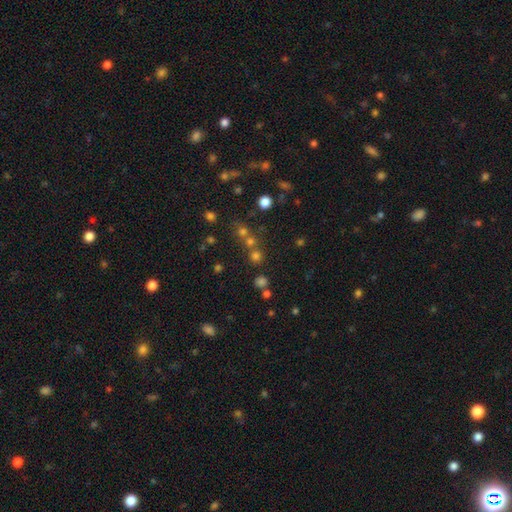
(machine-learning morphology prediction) Smooth or featured?
  - smooth: 55% *
  - star or artifact: 34%
  - featured or disk: 10%
How rounded?
  - round: 90% *
  - in between: 9%
  - cigar-shaped: 1%
Merging?
  - none: 61% *
  - merger: 29%
  - minor disturbance: 7%
  - major disturbance: 3%